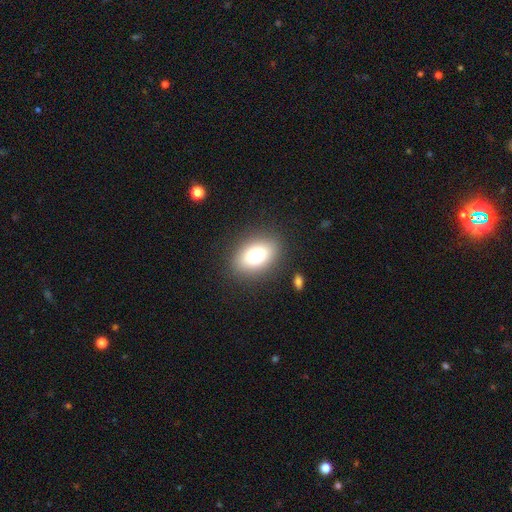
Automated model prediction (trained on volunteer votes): Smooth or featured: smooth — 75% (featured or disk — 14%)
How rounded: in between — 77% (round — 22%)
Merging: none — 85% (minor disturbance — 9%)